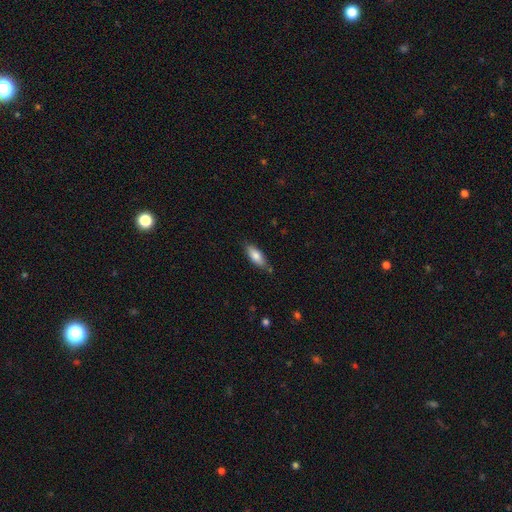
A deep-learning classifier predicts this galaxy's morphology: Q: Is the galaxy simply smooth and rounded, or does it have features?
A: smooth — 80%.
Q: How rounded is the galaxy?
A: in between — 74%.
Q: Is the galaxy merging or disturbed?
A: none — 77%.